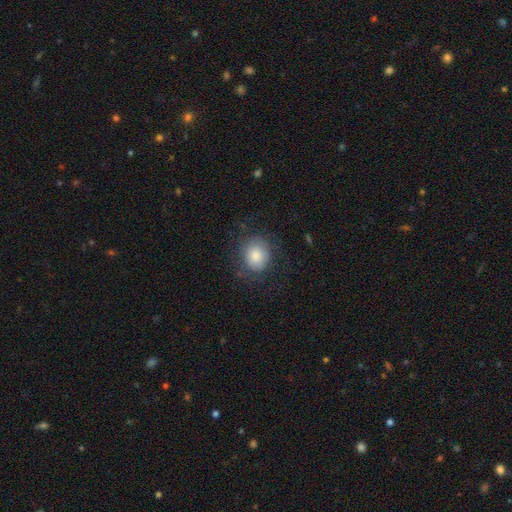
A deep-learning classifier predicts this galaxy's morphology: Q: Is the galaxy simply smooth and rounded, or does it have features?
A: smooth — 79%.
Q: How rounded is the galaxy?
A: round — 64%.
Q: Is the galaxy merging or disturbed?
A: none — 70%.